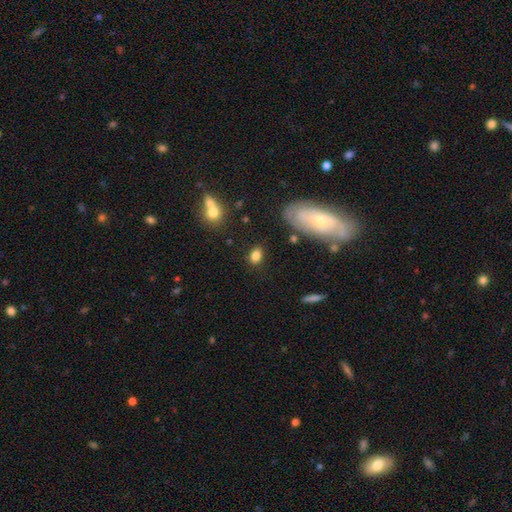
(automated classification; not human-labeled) A smooth galaxy with no disk features (81%) that is in between round and cigar-shaped (77%). Merging: none (77%).